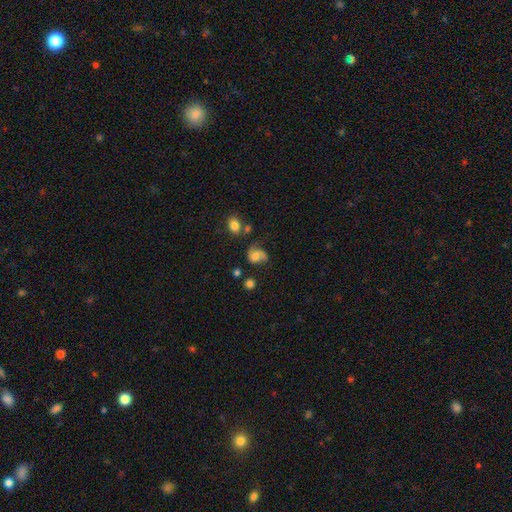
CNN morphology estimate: featured or disk 51%, smooth 38%, star or artifact 10%. Down the decision tree: edge-on disk — no (97%); merging — none (45%).